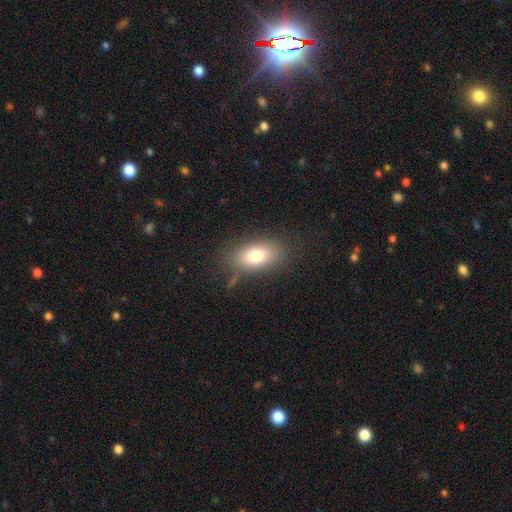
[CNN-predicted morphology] Smooth or featured: smooth — 78% (featured or disk — 13%)
How rounded: in between — 88% (round — 8%)
Merging: none — 77% (minor disturbance — 15%)